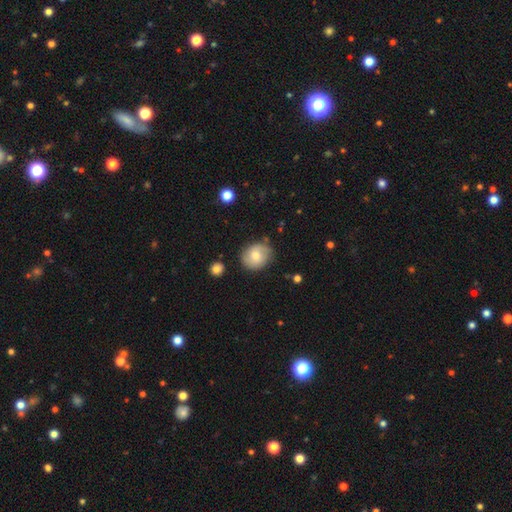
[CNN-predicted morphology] Smooth or featured? Predicted: smooth (p=0.65). How rounded? Predicted: round (p=0.65). Merging? Predicted: none (p=0.79).